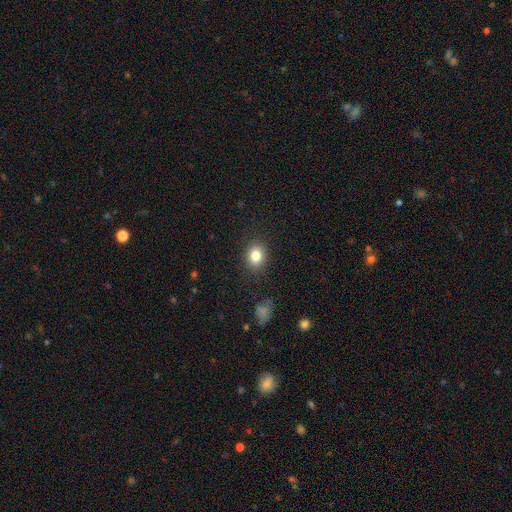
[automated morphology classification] This is clearly a smooth galaxy (83%). How rounded: possibly round (53%). Merging: clearly none (88%).